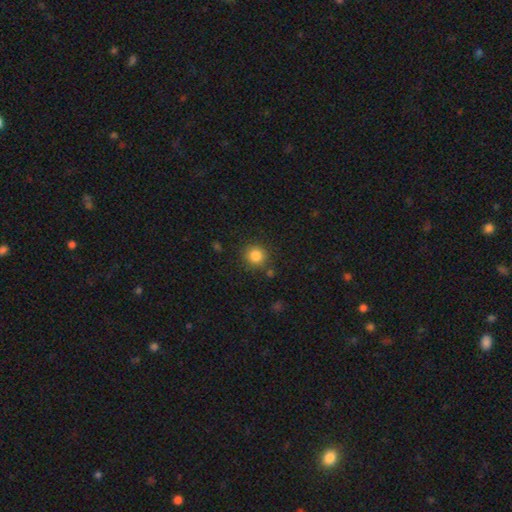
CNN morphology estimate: smooth 84%, star or artifact 11%, featured or disk 5%. Down the decision tree: how rounded — round (91%); merging — none (86%).